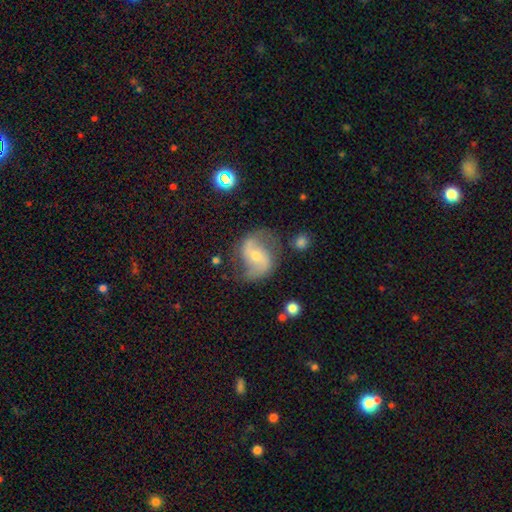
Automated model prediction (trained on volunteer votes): Smooth or featured? Predicted: featured or disk (p=0.82). Edge-on disk? Predicted: no (p=0.97). Bar? Predicted: weak (p=0.43). Spiral arms? Predicted: yes (p=0.94). Spiral winding? Predicted: loose (p=0.51). Spiral arm count? Predicted: 2 (p=0.92). Bulge size? Predicted: small (p=0.49). Merging? Predicted: none (p=0.72).